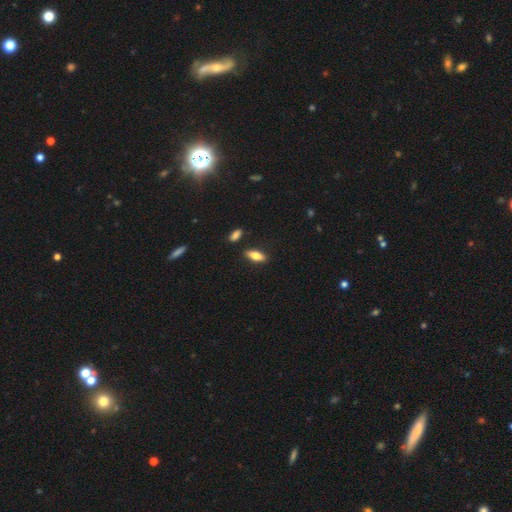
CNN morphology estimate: Overall: smooth (71%). How rounded: in between (73%). Merging: none (85%).